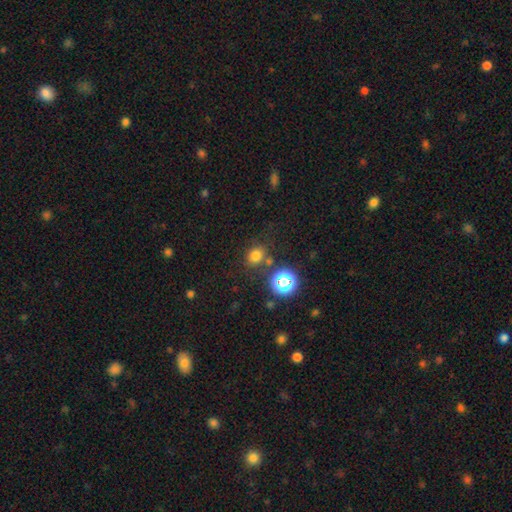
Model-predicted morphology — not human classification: A smooth galaxy with no disk features (72%) that is round (65%). Merging: none (73%).